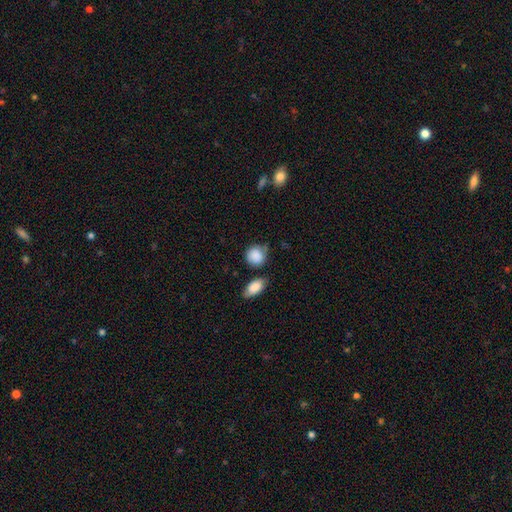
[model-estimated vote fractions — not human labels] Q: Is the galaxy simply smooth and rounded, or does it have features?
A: smooth — 87%.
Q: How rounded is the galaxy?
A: round — 74%.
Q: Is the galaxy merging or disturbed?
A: none — 58%.